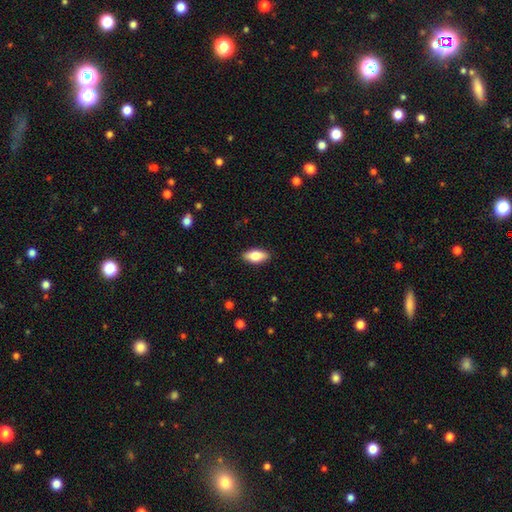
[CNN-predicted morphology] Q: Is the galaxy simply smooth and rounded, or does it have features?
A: smooth — 77%.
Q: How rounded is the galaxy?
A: in between — 86%.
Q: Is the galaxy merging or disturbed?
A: none — 88%.